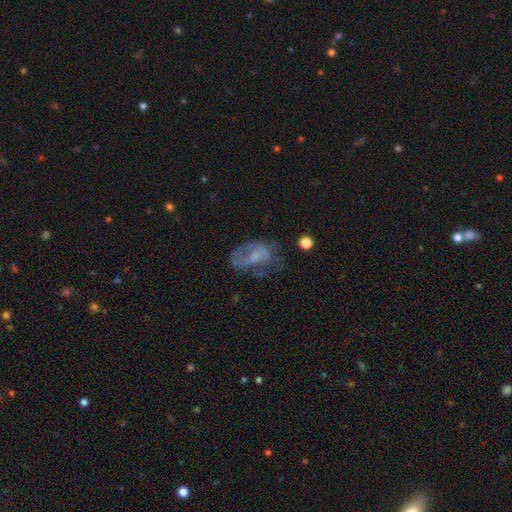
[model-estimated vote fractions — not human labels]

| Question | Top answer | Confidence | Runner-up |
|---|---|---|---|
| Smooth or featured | featured or disk | 56% | smooth (33%) |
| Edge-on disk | no | 96% | yes (4%) |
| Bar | no | 60% | weak (32%) |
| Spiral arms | no | 55% | yes (45%) |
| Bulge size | small | 40% | none (30%) |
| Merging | none | 41% | major disturbance (30%) |